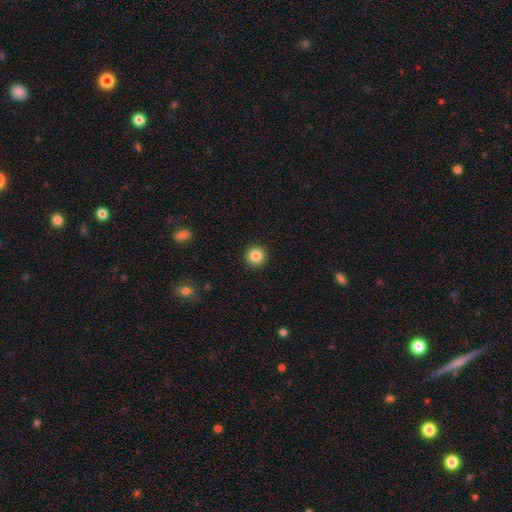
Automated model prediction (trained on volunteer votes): Smooth or featured? smooth (84%)
How rounded? round (96%)
Merging? none (93%)